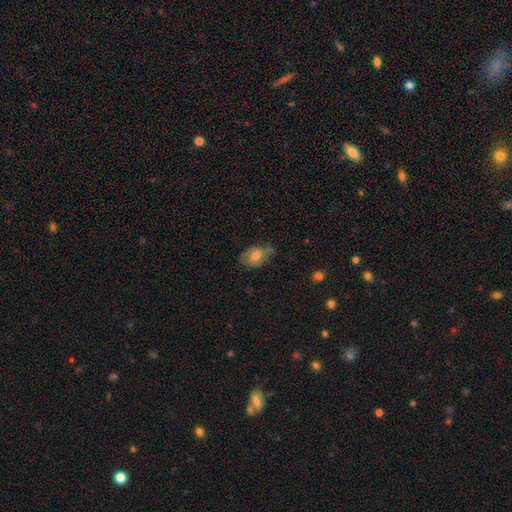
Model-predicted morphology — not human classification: A smooth galaxy with no disk features (68%) that is in between round and cigar-shaped (80%).

Vote fractions:
- Smooth or featured? smooth: 68% / featured or disk: 24% / star or artifact: 8%
- How rounded? in between: 80% / round: 18% / cigar-shaped: 1%
- Merging? none: 50% / minor disturbance: 37% / major disturbance: 10% / merger: 3%